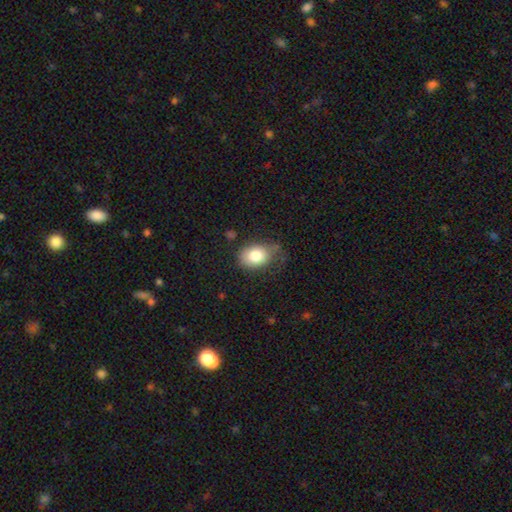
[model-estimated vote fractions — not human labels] This appears to be a smooth galaxy with no disk features (81%) that is in between round and cigar-shaped (69%). Merging: none (53%).